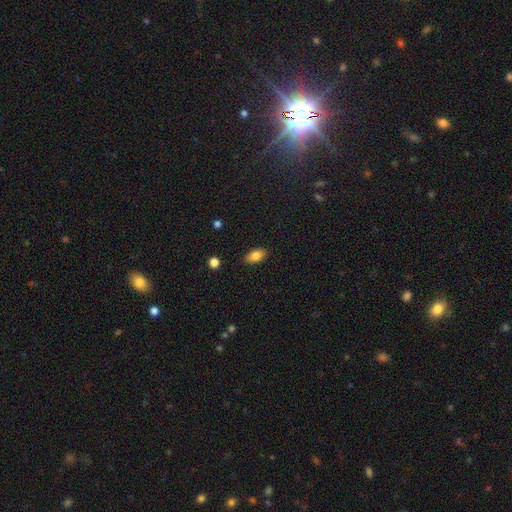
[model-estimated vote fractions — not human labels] Overall: smooth (81%). How rounded: in between (89%). Merging: none (86%).